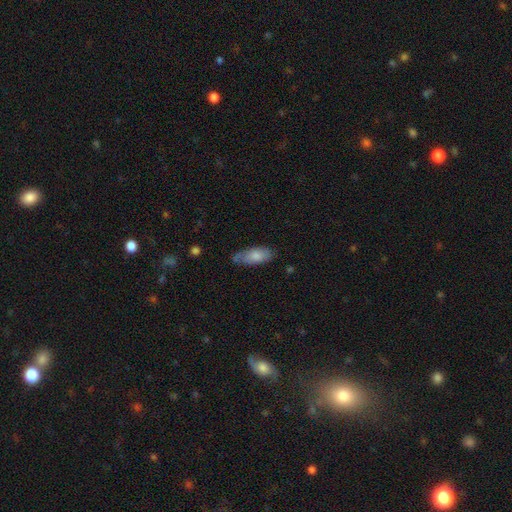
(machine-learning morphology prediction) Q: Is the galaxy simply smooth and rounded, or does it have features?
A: smooth — 76%.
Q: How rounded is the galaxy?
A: in between — 82%.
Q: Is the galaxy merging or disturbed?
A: none — 56%.